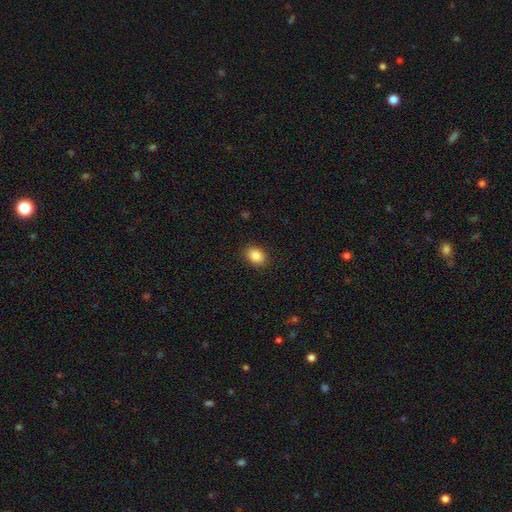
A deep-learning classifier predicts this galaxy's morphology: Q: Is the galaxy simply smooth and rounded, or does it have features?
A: smooth — 88%.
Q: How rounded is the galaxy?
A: in between — 78%.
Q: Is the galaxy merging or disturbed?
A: none — 89%.